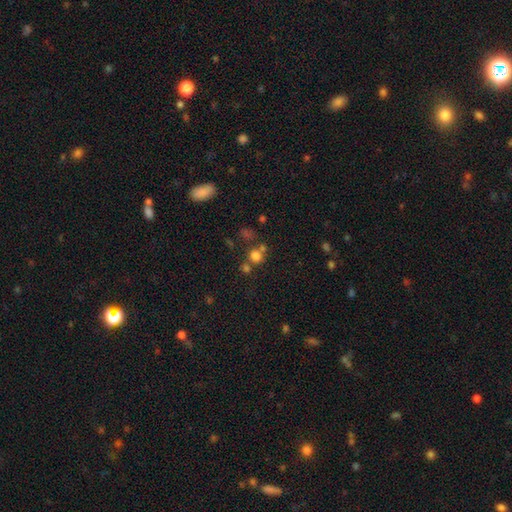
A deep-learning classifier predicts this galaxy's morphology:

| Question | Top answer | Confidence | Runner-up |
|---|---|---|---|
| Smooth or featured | smooth | 71% | star or artifact (19%) |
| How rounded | round | 81% | in between (18%) |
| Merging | none | 57% | merger (28%) |